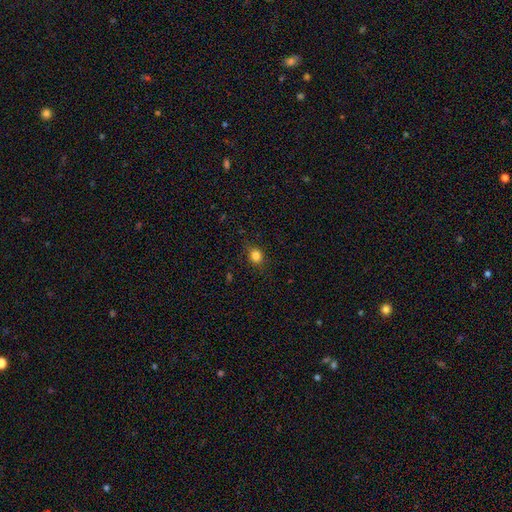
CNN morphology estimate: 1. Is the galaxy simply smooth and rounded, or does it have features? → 83% smooth, 12% star or artifact, 5% featured or disk.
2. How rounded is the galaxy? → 65% round, 34% in between, 1% cigar-shaped.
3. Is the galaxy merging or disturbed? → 84% none, 12% minor disturbance, 3% major disturbance, 1% merger.